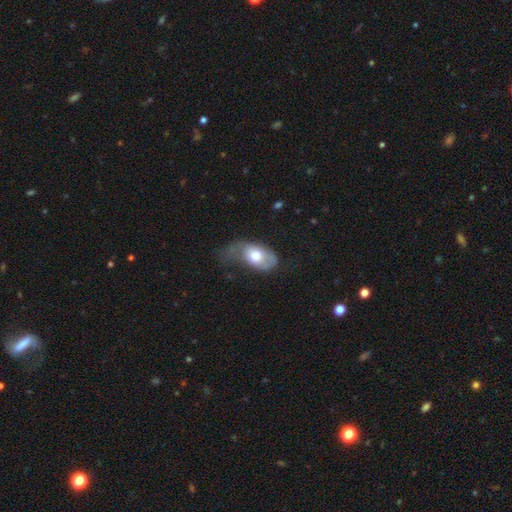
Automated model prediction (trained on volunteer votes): This appears to be a smooth galaxy with no disk features (64%) that is in between round and cigar-shaped (89%). Merging: major disturbance (39%).